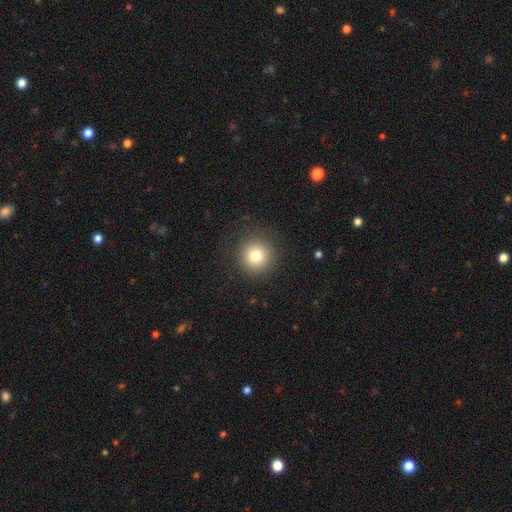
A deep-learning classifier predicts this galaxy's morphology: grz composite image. It shows a smooth galaxy with no disk features (78%) that is round (95%). Merging: none (88%).